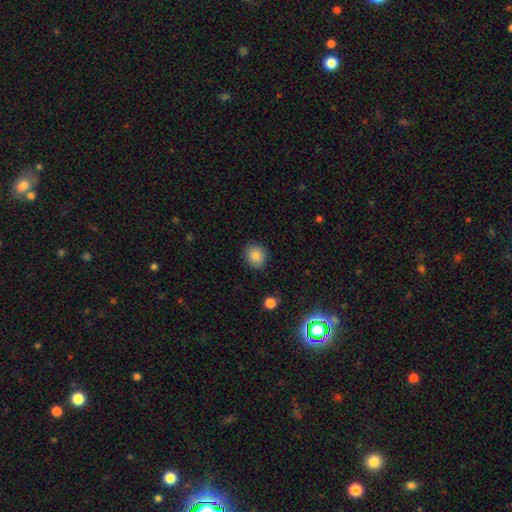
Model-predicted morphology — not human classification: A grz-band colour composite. It shows a smooth galaxy with no disk features (86%) that is round (71%). Merging: none (88%).